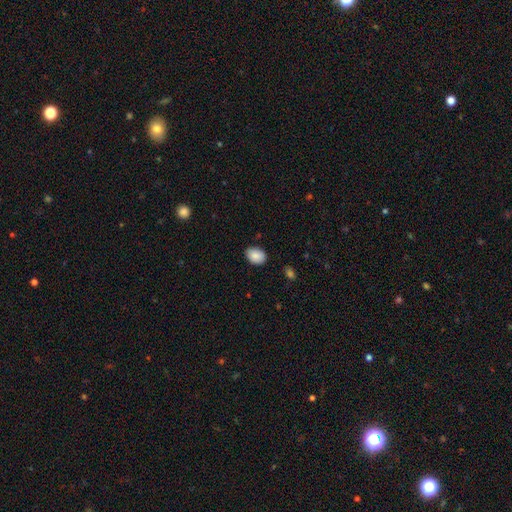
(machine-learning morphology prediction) Smooth or featured? smooth (88%)
How rounded? in between (75%)
Merging? none (84%)